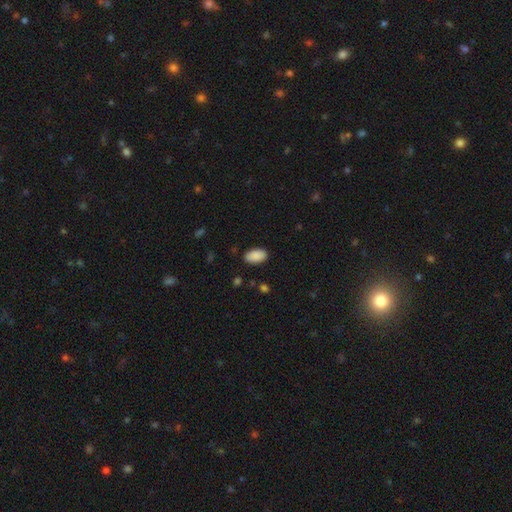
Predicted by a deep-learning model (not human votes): A smooth galaxy with no disk features (90%) that is in between round and cigar-shaped (95%).

Vote fractions:
- Smooth or featured? smooth: 90% / star or artifact: 7% / featured or disk: 3%
- How rounded? in between: 95% / round: 4% / cigar-shaped: 2%
- Merging? none: 87% / minor disturbance: 10% / major disturbance: 2% / merger: 1%